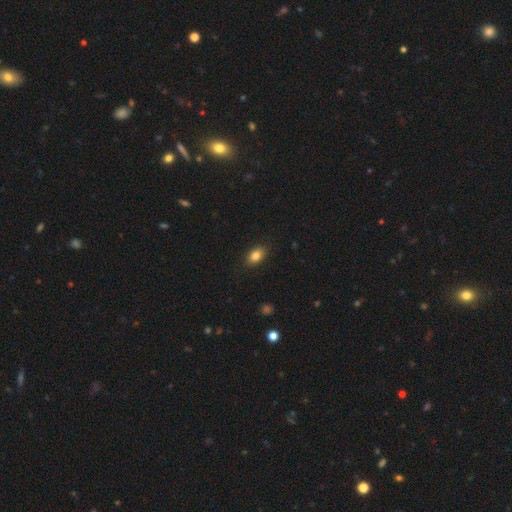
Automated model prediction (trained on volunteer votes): Smooth or featured? smooth (83%)
How rounded? in between (86%)
Merging? none (87%)